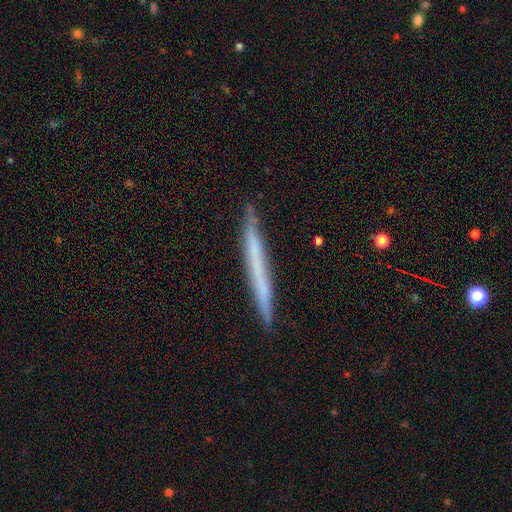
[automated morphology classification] Smooth or featured? Predicted: smooth (p=0.51). How rounded? Predicted: cigar-shaped (p=0.97). Merging? Predicted: none (p=0.90).